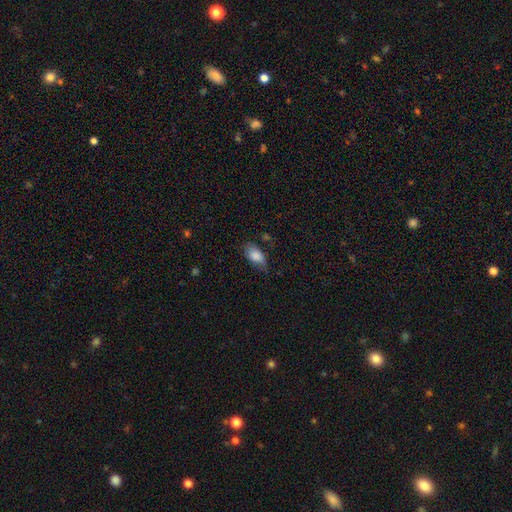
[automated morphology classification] A smooth galaxy with no disk features (81%) that is in between round and cigar-shaped (91%).

Vote fractions:
- Smooth or featured? smooth: 81% / featured or disk: 12% / star or artifact: 7%
- How rounded? in between: 91% / round: 5% / cigar-shaped: 4%
- Merging? none: 53% / minor disturbance: 34% / major disturbance: 11% / merger: 2%